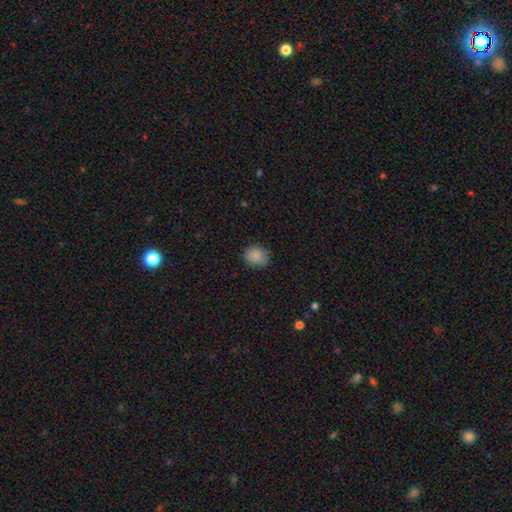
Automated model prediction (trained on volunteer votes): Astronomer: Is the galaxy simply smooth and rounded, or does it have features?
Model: smooth — 87%.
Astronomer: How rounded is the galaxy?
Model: round — 77%.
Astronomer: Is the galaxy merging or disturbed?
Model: none — 85%.